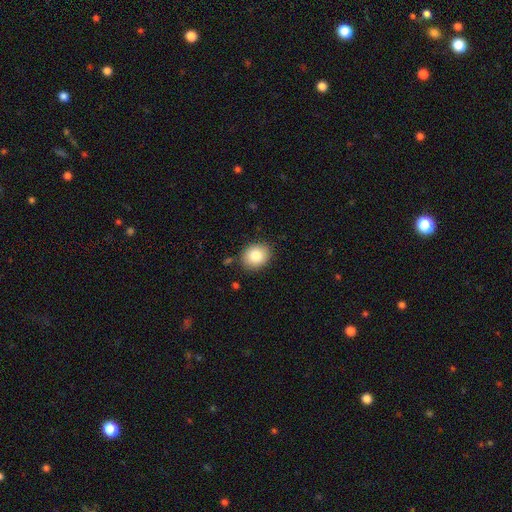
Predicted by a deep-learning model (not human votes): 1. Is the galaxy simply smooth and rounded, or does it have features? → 83% smooth, 9% star or artifact, 9% featured or disk.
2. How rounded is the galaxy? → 61% round, 38% in between, 1% cigar-shaped.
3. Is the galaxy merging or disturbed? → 87% none, 9% minor disturbance, 2% major disturbance, 2% merger.